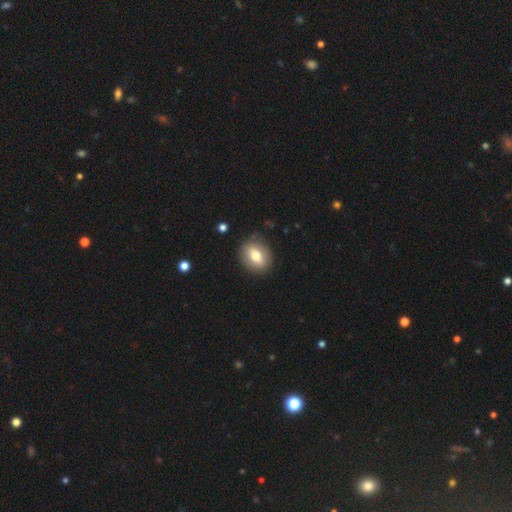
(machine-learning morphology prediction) The model was most divided on "how rounded": in between: 55%, round: 43%, cigar-shaped: 2%. More confident: merging — none (86%); smooth or featured — smooth (70%).